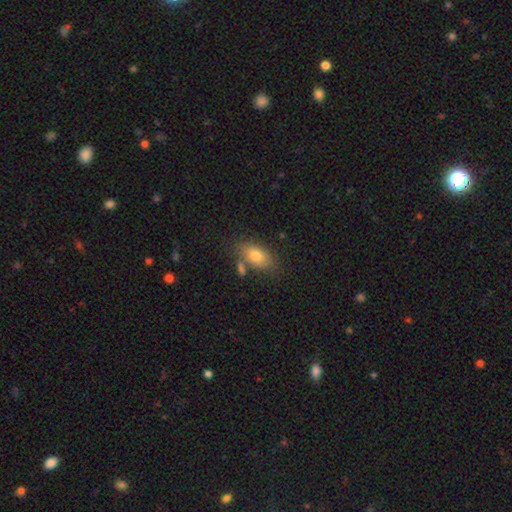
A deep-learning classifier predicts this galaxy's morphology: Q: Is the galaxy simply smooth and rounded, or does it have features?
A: smooth — 80%.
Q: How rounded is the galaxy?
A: in between — 88%.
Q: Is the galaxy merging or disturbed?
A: none — 66%.